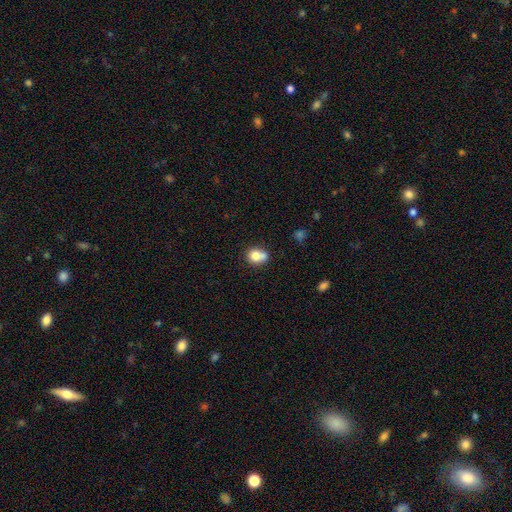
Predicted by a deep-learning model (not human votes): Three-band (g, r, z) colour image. It shows a smooth galaxy with no disk features (75%) that is round (67%). Merging: merger (43%).